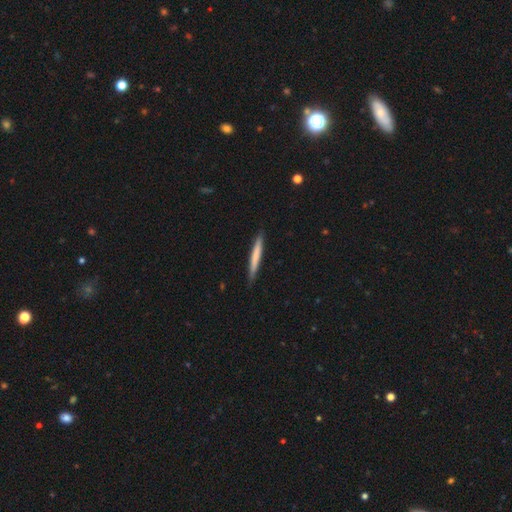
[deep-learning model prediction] Smooth or featured? Predicted: smooth (p=0.66). How rounded? Predicted: cigar-shaped (p=0.96). Merging? Predicted: none (p=0.89).